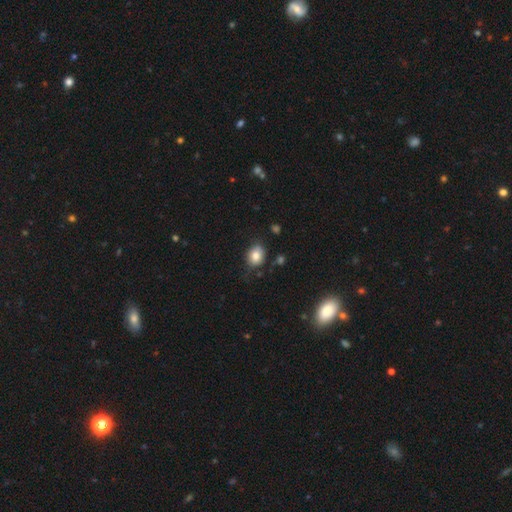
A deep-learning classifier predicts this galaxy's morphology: The model was most divided on "how rounded": in between: 59%, round: 40%, cigar-shaped: 1%. More confident: smooth or featured — smooth (82%); merging — none (75%).